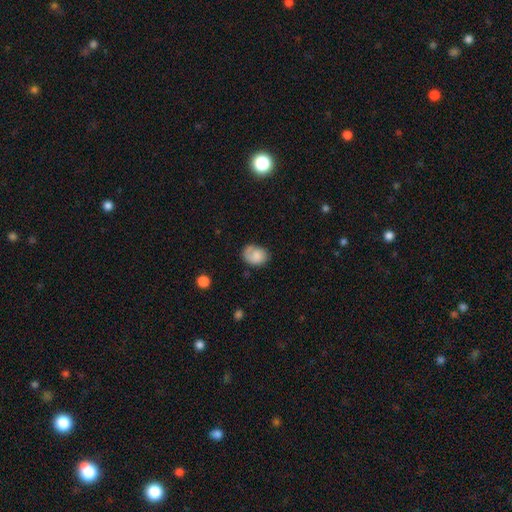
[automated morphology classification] Smooth or featured: smooth — 74% (featured or disk — 18%)
How rounded: in between — 61% (round — 38%)
Merging: none — 56% (minor disturbance — 28%)